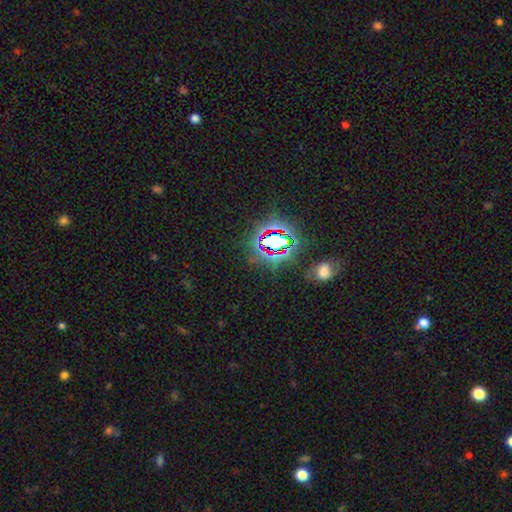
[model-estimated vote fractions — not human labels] Smooth or featured: star or artifact — 76% (smooth — 14%)